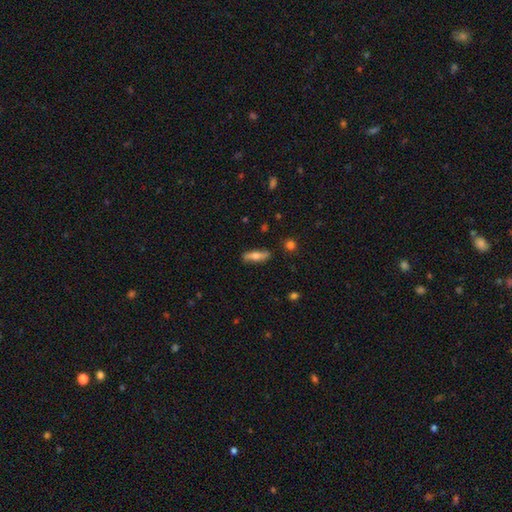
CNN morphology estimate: This is possibly a smooth galaxy (55%). How rounded: likely cigar-shaped (61%). Merging: clearly none (83%).